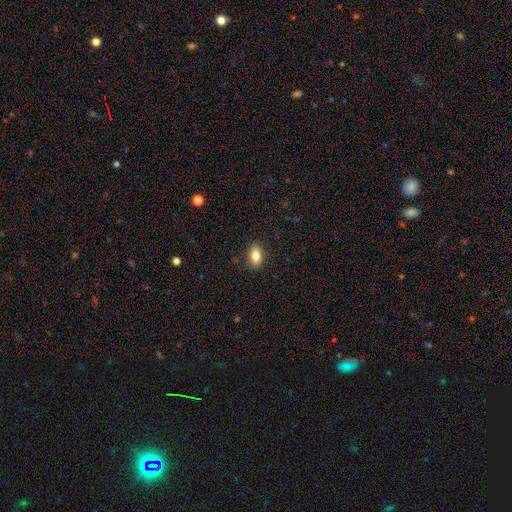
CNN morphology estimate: Q: Smooth or featured?
A: smooth (82%); runner-up: featured or disk (10%)
Q: How rounded?
A: in between (86%); runner-up: round (11%)
Q: Merging?
A: none (87%); runner-up: minor disturbance (9%)